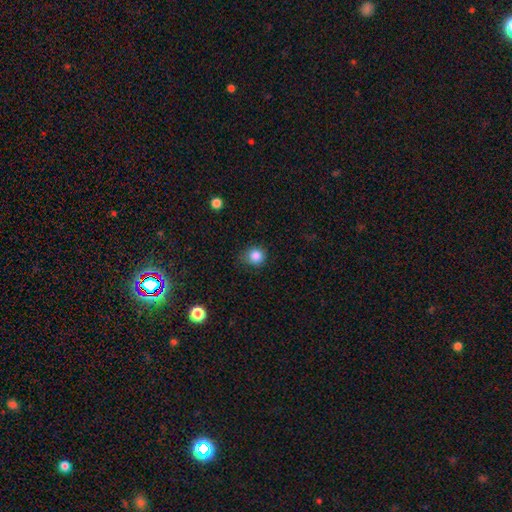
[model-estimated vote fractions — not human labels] smooth-or-featured: smooth: 85% | star or artifact: 11% | featured or disk: 4%
  how-rounded: round: 88% | in between: 11% | cigar-shaped: 1%
  merging: none: 75% | minor disturbance: 19% | major disturbance: 5% | merger: 1%